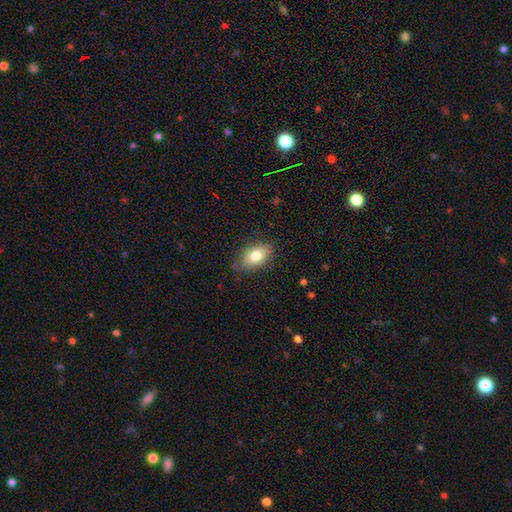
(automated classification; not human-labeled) Q: Smooth or featured?
A: smooth (79%); runner-up: featured or disk (13%)
Q: How rounded?
A: in between (86%); runner-up: round (11%)
Q: Merging?
A: none (81%); runner-up: minor disturbance (15%)